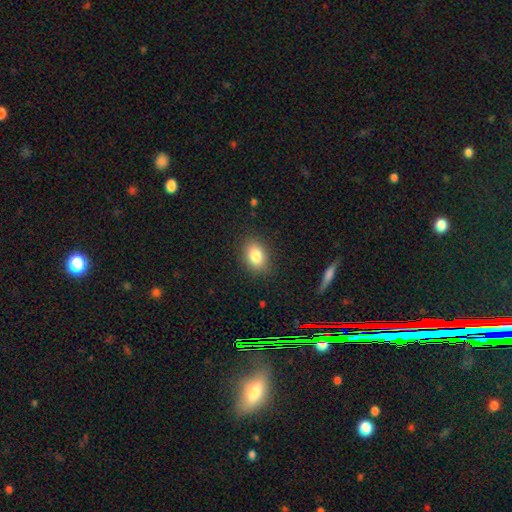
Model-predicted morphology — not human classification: A smooth galaxy with no disk features (84%) that is in between round and cigar-shaped (74%).

Vote fractions:
- Smooth or featured? smooth: 84% / star or artifact: 9% / featured or disk: 8%
- How rounded? in between: 74% / round: 24% / cigar-shaped: 1%
- Merging? none: 86% / minor disturbance: 10% / major disturbance: 3% / merger: 1%